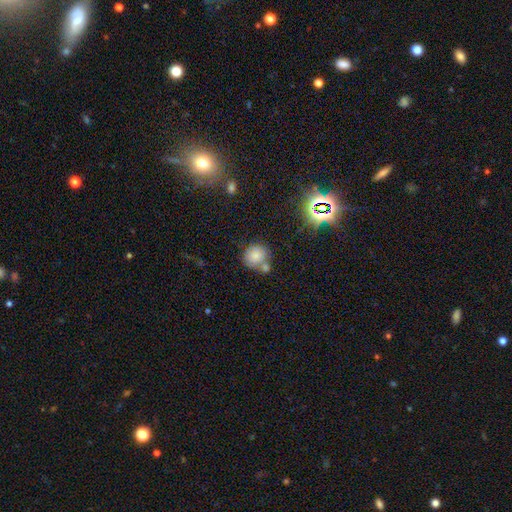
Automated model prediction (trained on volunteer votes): Morphology: type=smooth (79%); roundness=round (86%); merging=none (54%).